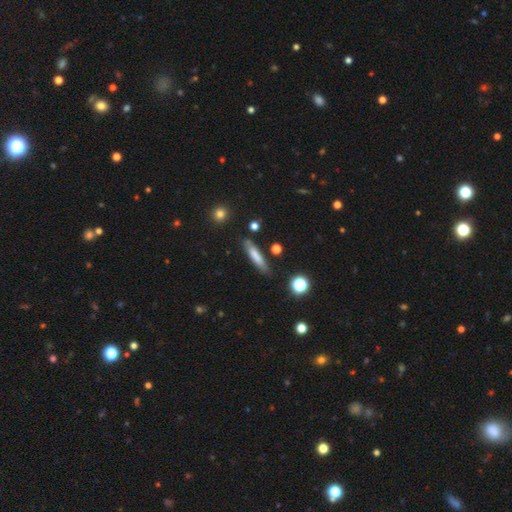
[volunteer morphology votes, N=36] Smooth or featured? 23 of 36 (64%) said smooth. How rounded? 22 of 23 (96%) said cigar-shaped. Merging? 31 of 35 (89%) said none.